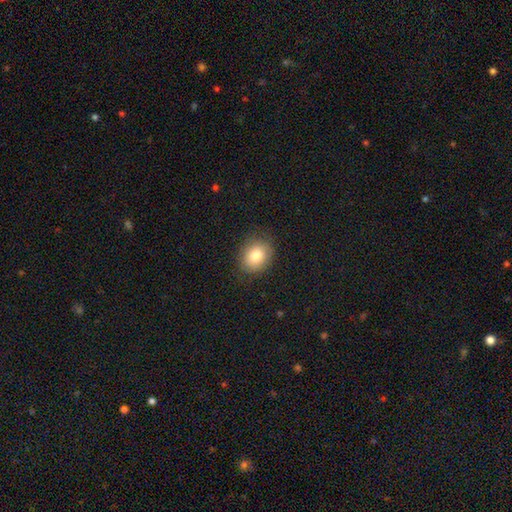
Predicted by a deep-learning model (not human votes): Q: Smooth or featured?
A: smooth (82%); runner-up: star or artifact (9%)
Q: How rounded?
A: round (55%); runner-up: in between (44%)
Q: Merging?
A: none (85%); runner-up: minor disturbance (11%)